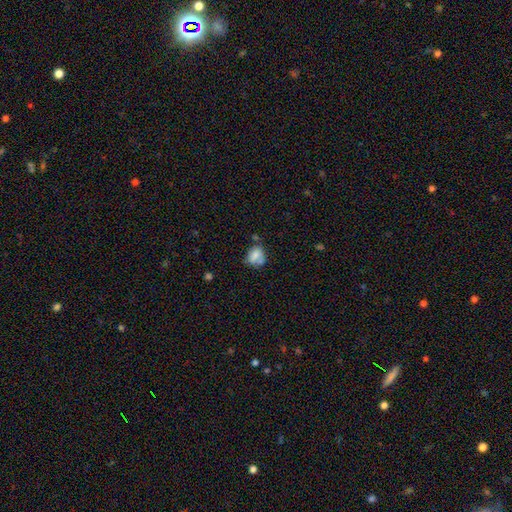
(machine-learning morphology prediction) Smooth or featured: smooth — 69% (featured or disk — 21%)
How rounded: in between — 51% (round — 48%)
Merging: none — 40% (minor disturbance — 26%)